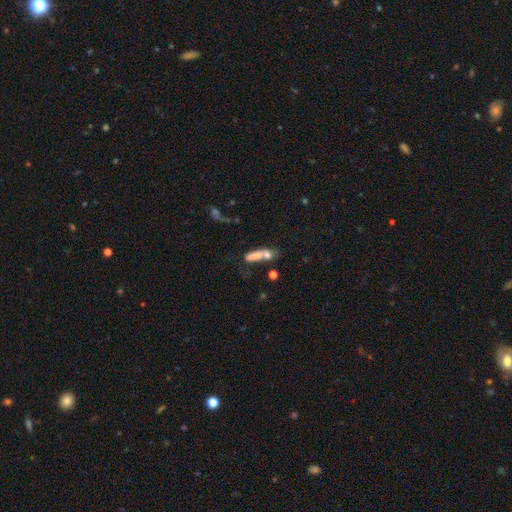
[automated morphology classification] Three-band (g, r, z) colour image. It shows a smooth galaxy with no disk features (61%) that is cigar-shaped (55%). Merging: merger (41%).